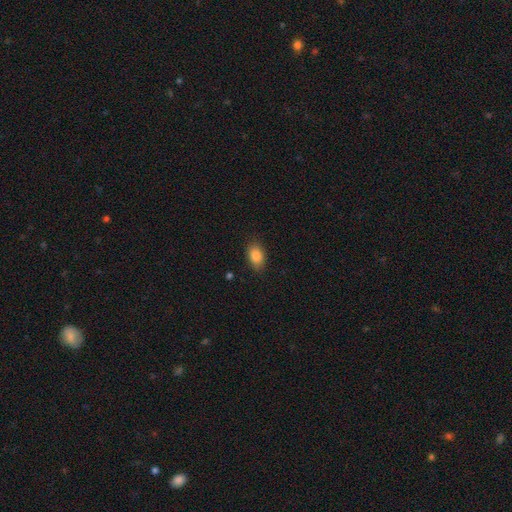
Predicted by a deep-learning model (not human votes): Overall: smooth (85%). How rounded: in between (86%). Merging: none (85%).